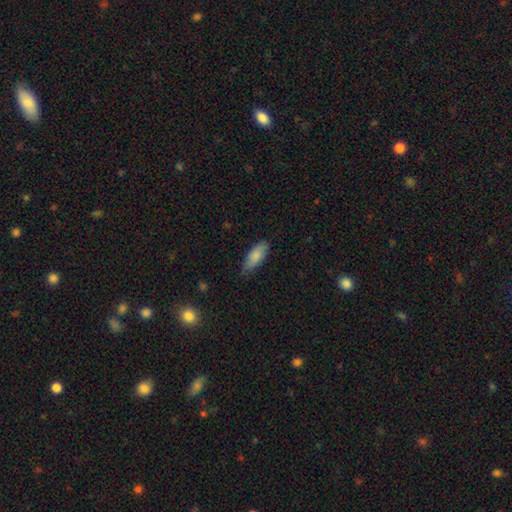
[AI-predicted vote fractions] Morphology: type=smooth (81%); roundness=in between (81%); merging=none (75%).